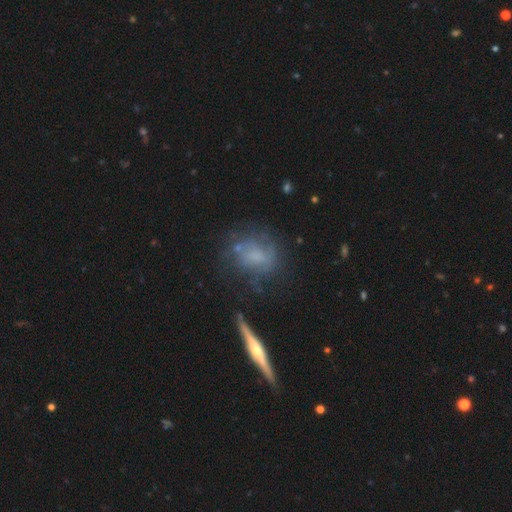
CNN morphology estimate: featured or disk 51%, smooth 37%, star or artifact 12%. Down the decision tree: edge-on disk — no (83%); merging — none (60%).